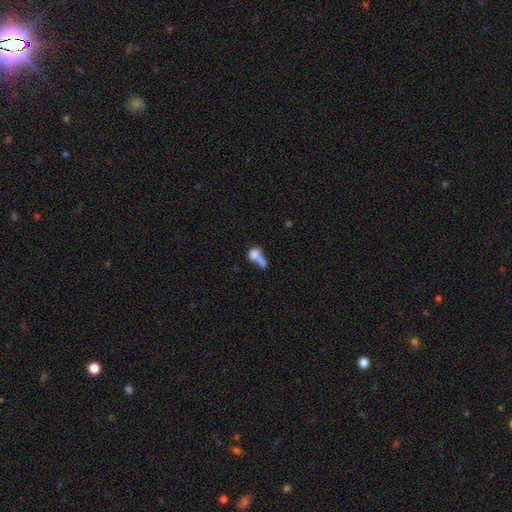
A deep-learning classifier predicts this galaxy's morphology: A smooth galaxy with no disk features (72%) that is in between round and cigar-shaped (54%). Merging: merger (65%).